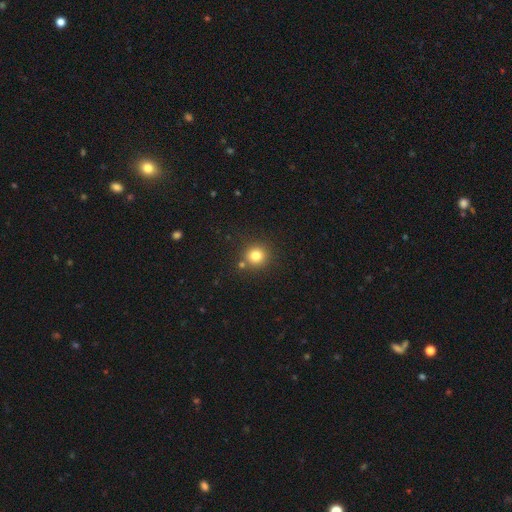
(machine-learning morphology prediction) Smooth or featured?
  - smooth: 80% *
  - star or artifact: 13%
  - featured or disk: 7%
How rounded?
  - round: 93% *
  - in between: 6%
  - cigar-shaped: 1%
Merging?
  - none: 82% *
  - merger: 8%
  - minor disturbance: 7%
  - major disturbance: 3%